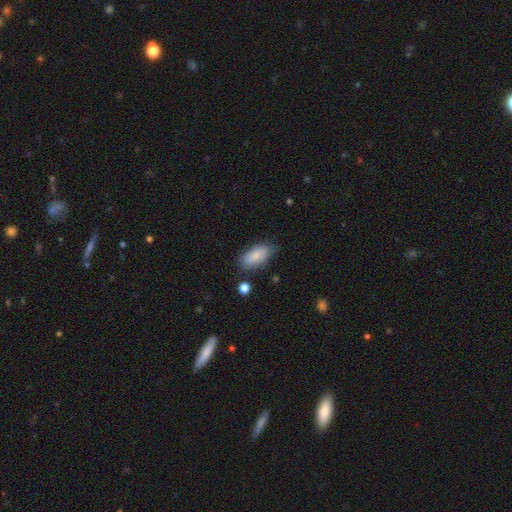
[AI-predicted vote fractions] Smooth or featured: smooth — 79% (featured or disk — 14%)
How rounded: in between — 90% (cigar-shaped — 7%)
Merging: none — 70% (minor disturbance — 22%)